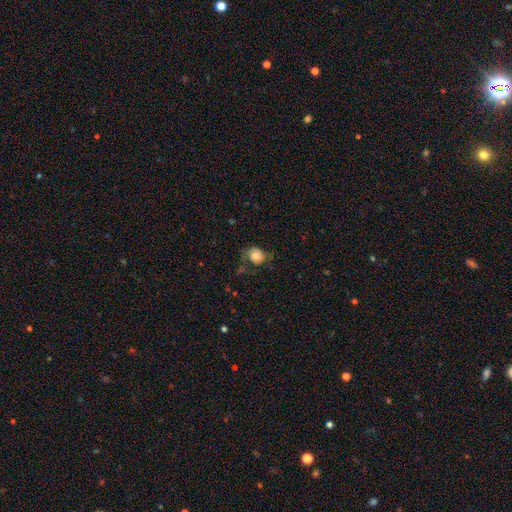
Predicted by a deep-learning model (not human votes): Smooth or featured: smooth — 69% (featured or disk — 22%)
How rounded: round — 66% (in between — 33%)
Merging: none — 56% (minor disturbance — 25%)